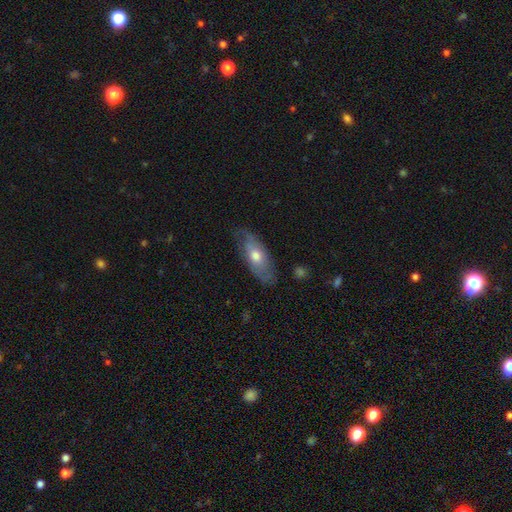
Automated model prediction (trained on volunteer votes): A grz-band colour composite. It shows a smooth galaxy with no disk features (52%) that is in between round and cigar-shaped (77%). Merging: none (71%).